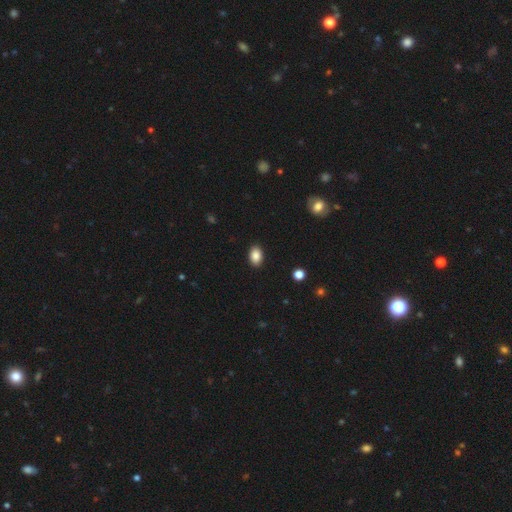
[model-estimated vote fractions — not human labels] This appears to be a smooth galaxy with no disk features (87%) that is in between round and cigar-shaped (84%). Merging: none (90%).